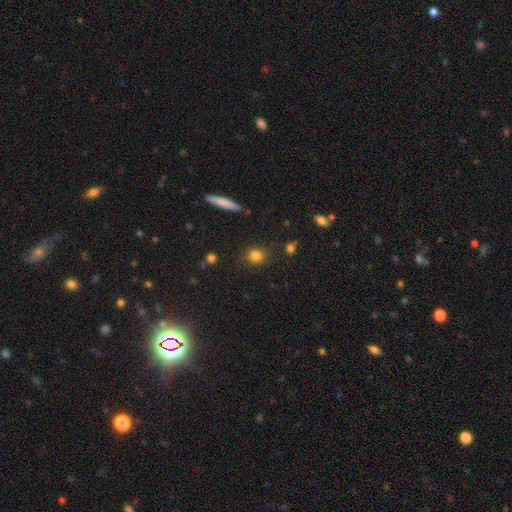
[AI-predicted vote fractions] smooth-or-featured: smooth: 82% | star or artifact: 12% | featured or disk: 6%
  how-rounded: round: 82% | in between: 16% | cigar-shaped: 2%
  merging: none: 86% | minor disturbance: 9% | major disturbance: 3% | merger: 2%